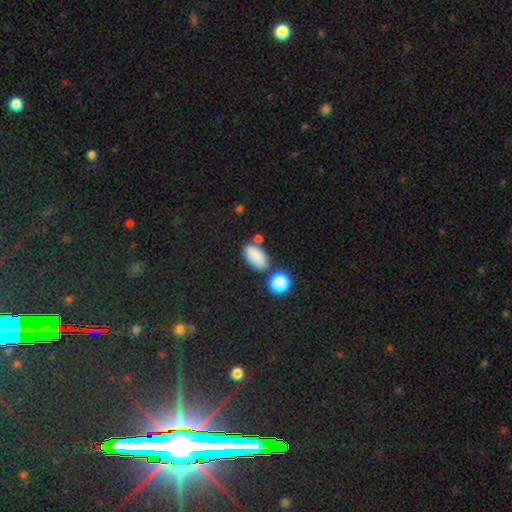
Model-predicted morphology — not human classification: Smooth or featured? smooth (83%)
How rounded? in between (91%)
Merging? none (73%)